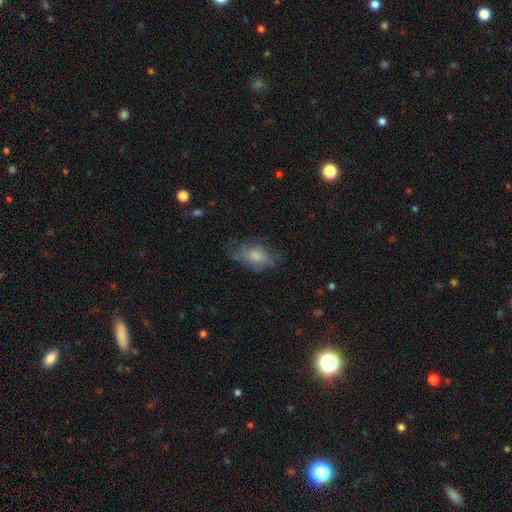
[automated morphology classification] type=smooth (71%); roundness=in between (89%); merging=none (56%).